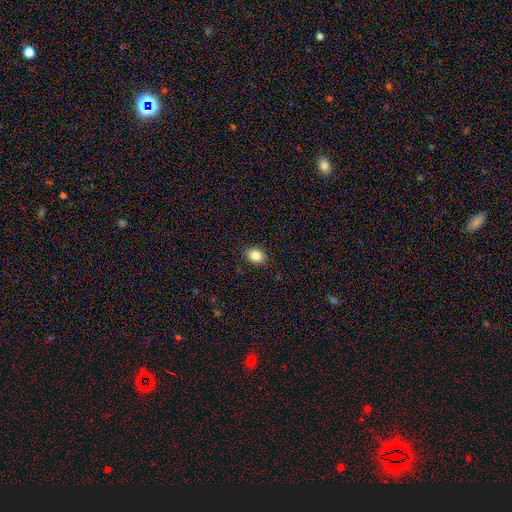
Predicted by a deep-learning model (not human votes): Morphology: type=smooth (85%); roundness=in between (58%); merging=none (89%).